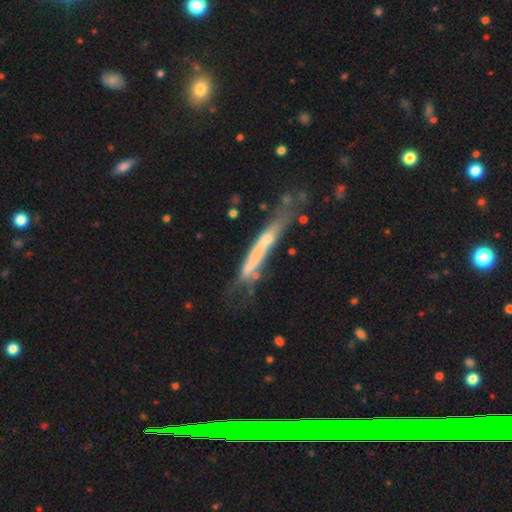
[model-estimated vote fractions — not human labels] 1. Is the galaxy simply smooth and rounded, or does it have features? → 47% smooth, 46% featured or disk, 7% star or artifact.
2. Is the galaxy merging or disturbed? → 48% none, 26% minor disturbance, 14% major disturbance, 13% merger.